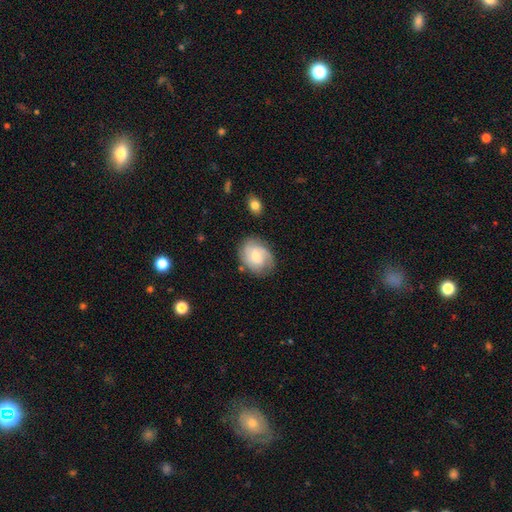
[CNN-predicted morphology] Q: Smooth or featured?
A: featured or disk (52%); runner-up: smooth (41%)
Q: Edge-on disk?
A: no (97%); runner-up: yes (3%)
Q: Bar?
A: no (57%); runner-up: weak (38%)
Q: Spiral arms?
A: yes (86%); runner-up: no (14%)
Q: Bulge size?
A: moderate (47%); runner-up: small (45%)
Q: Merging?
A: none (72%); runner-up: minor disturbance (20%)